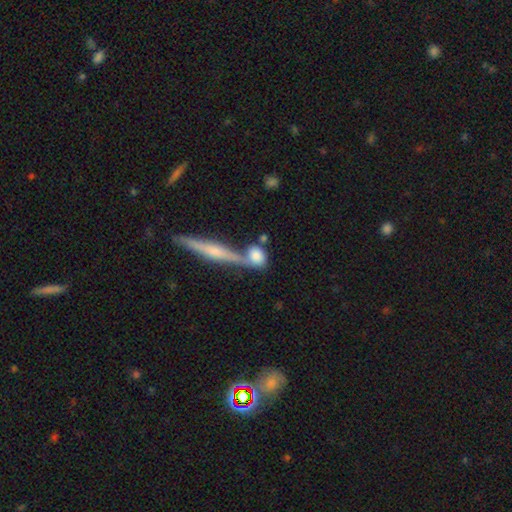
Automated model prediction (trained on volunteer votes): Q: Smooth or featured?
A: smooth (74%); runner-up: featured or disk (18%)
Q: How rounded?
A: round (48%); runner-up: in between (38%)
Q: Merging?
A: none (45%); runner-up: merger (33%)